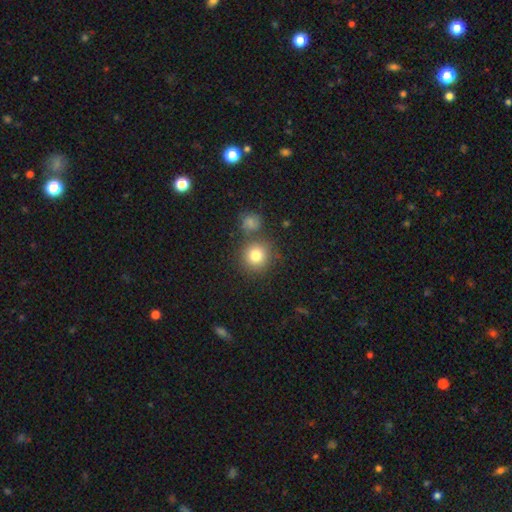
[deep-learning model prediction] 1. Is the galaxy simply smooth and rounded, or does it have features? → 81% smooth, 10% star or artifact, 8% featured or disk.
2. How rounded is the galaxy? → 92% round, 7% in between, 1% cigar-shaped.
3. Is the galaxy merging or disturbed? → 74% none, 13% merger, 9% minor disturbance, 4% major disturbance.